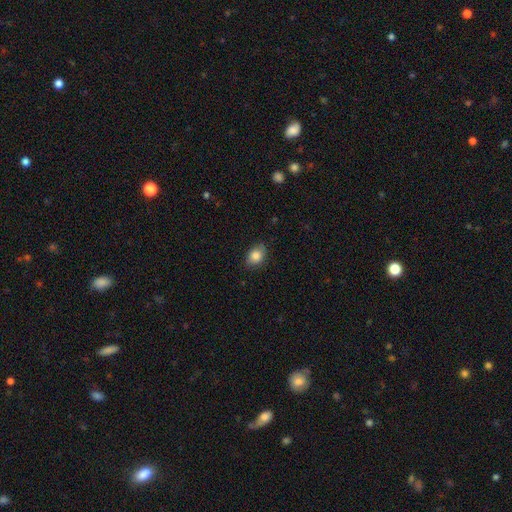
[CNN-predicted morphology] This appears to be a smooth galaxy with no disk features (84%) that is in between round and cigar-shaped (75%). Merging: none (81%).